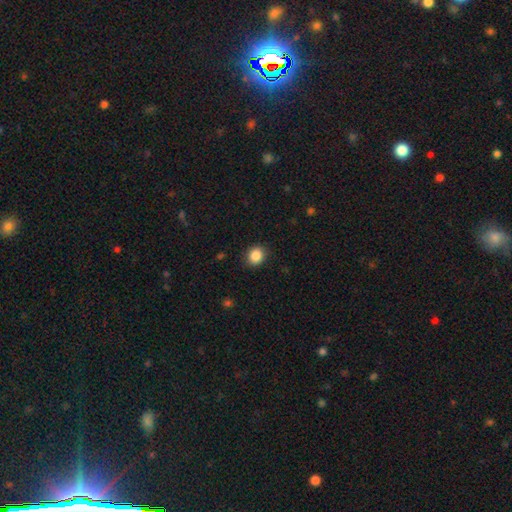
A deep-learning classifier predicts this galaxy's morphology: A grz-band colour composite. It shows a smooth galaxy with no disk features (87%) that is round (69%). Merging: none (88%).